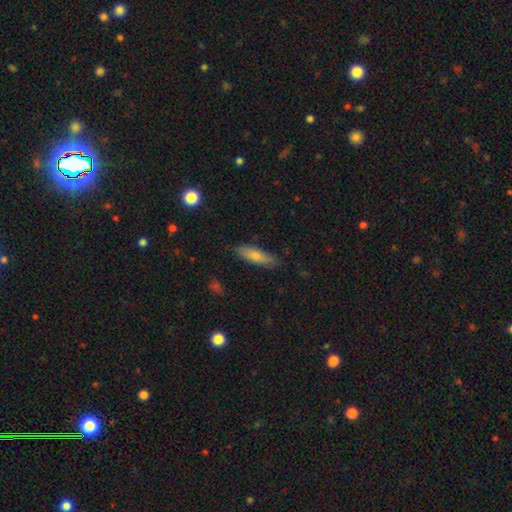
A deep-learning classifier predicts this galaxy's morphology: This appears to be a smooth galaxy with no disk features (73%) that is cigar-shaped (56%). Merging: none (84%).